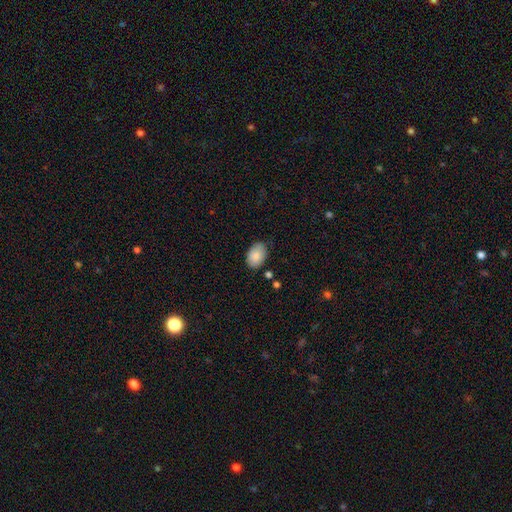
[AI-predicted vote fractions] This appears to be a smooth galaxy with no disk features (86%) that is in between round and cigar-shaped (85%). Merging: none (73%).